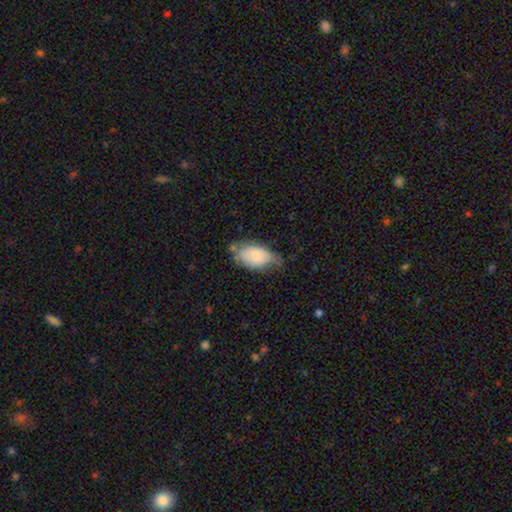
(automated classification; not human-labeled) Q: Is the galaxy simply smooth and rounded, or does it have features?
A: smooth — 69%.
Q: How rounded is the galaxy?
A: in between — 93%.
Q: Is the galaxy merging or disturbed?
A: minor disturbance — 41%.